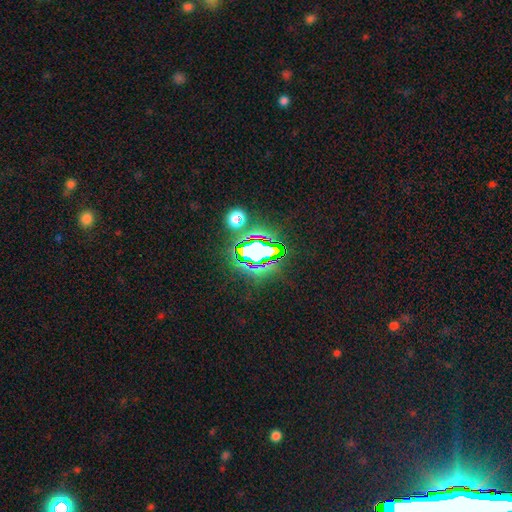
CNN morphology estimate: The model was most divided on "smooth or featured": star or artifact: 68%, smooth: 19%, featured or disk: 13%.